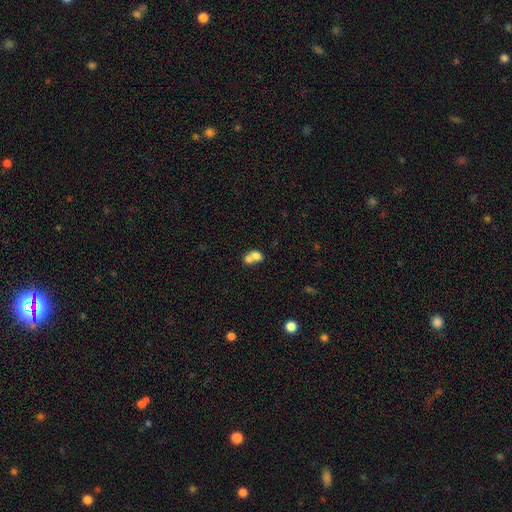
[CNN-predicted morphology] A smooth galaxy with no disk features (71%) that is in between round and cigar-shaped (52%). Merging: merger (71%).